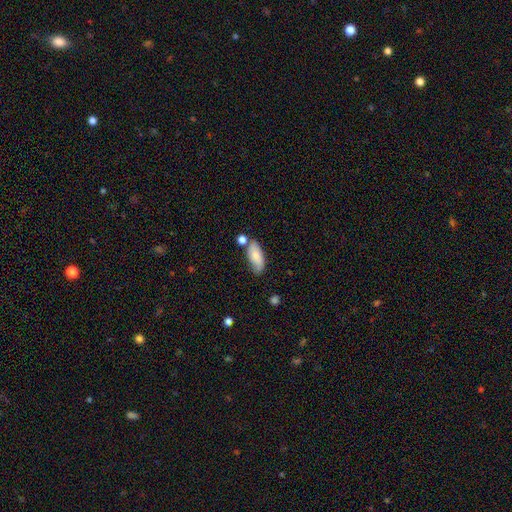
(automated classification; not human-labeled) A smooth galaxy with no disk features (78%) that is in between round and cigar-shaped (85%).

Vote fractions:
- Smooth or featured? smooth: 78% / featured or disk: 15% / star or artifact: 7%
- How rounded? in between: 85% / cigar-shaped: 13% / round: 2%
- Merging? none: 61% / minor disturbance: 21% / merger: 13% / major disturbance: 5%